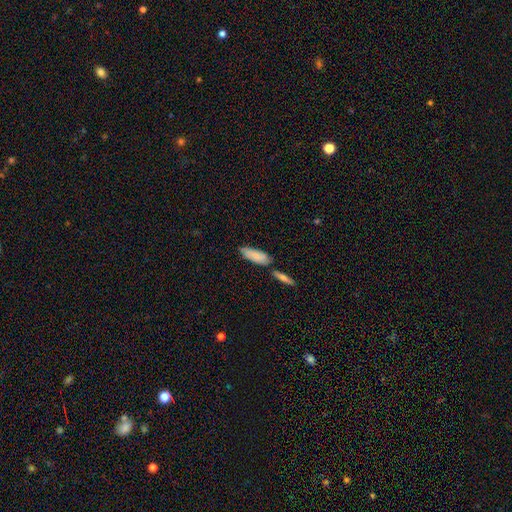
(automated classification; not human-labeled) This is likely a smooth galaxy (76%). How rounded: likely in between (64%). Merging: likely none (67%).